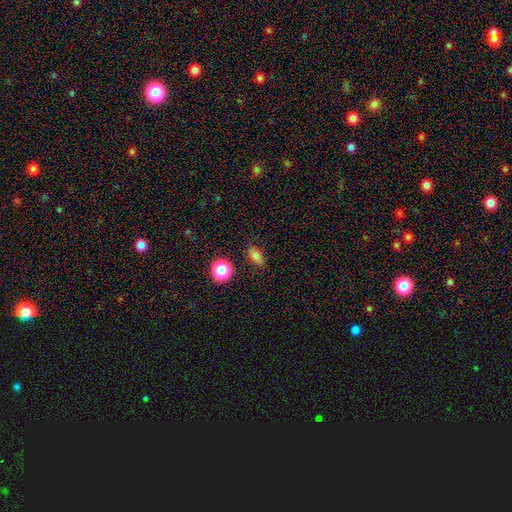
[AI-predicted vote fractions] Smooth or featured: smooth — 77% (star or artifact — 16%)
How rounded: in between — 77% (round — 16%)
Merging: none — 82% (minor disturbance — 13%)